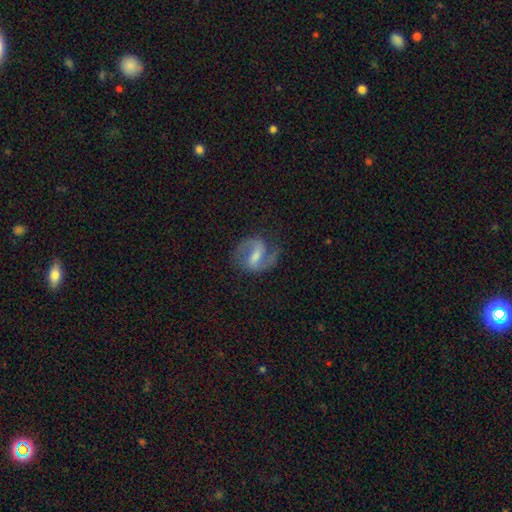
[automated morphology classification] Overall: featured or disk (85%). Edge-on disk: no (98%). Bar: weak (50%; strong 36%). Spiral arms: yes (96%). Spiral arm count: 2 (90%). Spiral winding: medium (58%; loose 23%). Bulge size: moderate (44%; small 35%). Merging: none (73%).